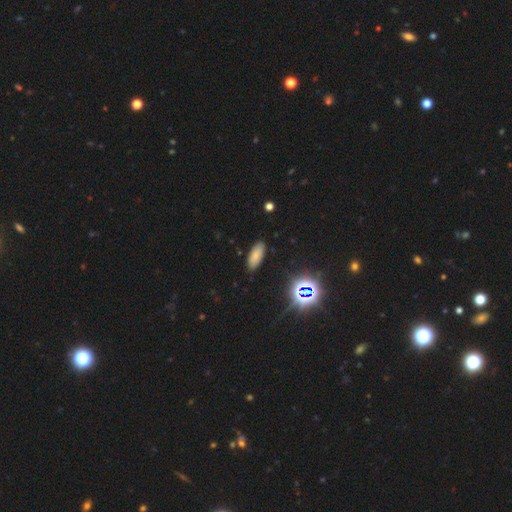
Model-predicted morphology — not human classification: type=smooth (74%); roundness=in between (84%); merging=none (87%).